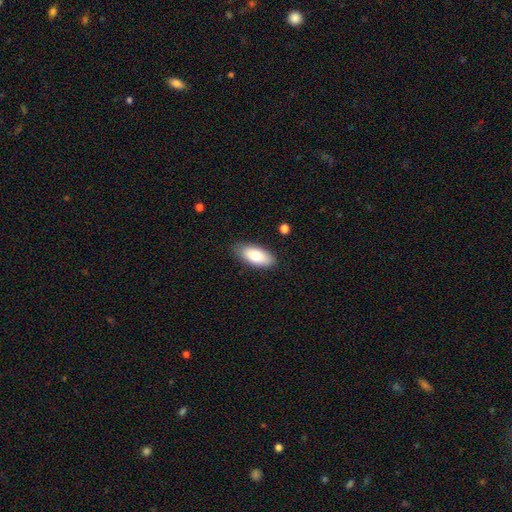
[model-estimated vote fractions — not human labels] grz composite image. It shows a smooth galaxy with no disk features (80%) that is in between round and cigar-shaped (86%). Merging: none (85%).